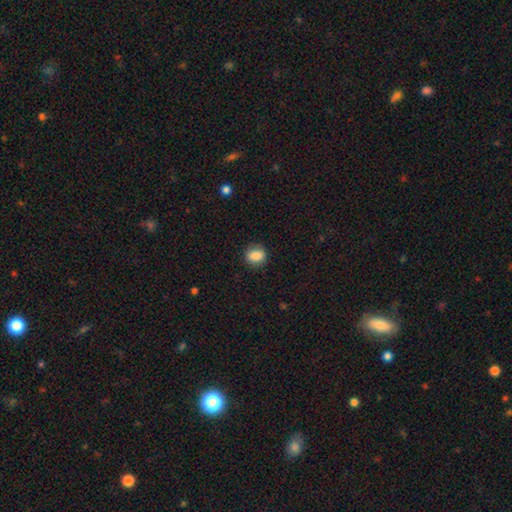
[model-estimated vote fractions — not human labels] This is clearly a smooth galaxy (85%). How rounded: possibly round (55%). Merging: clearly none (84%).